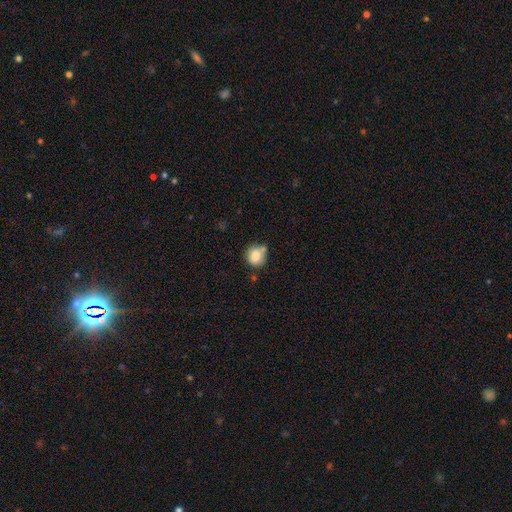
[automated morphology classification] Q: Smooth or featured?
A: smooth (83%); runner-up: star or artifact (9%)
Q: How rounded?
A: round (77%); runner-up: in between (22%)
Q: Merging?
A: none (60%); runner-up: minor disturbance (21%)